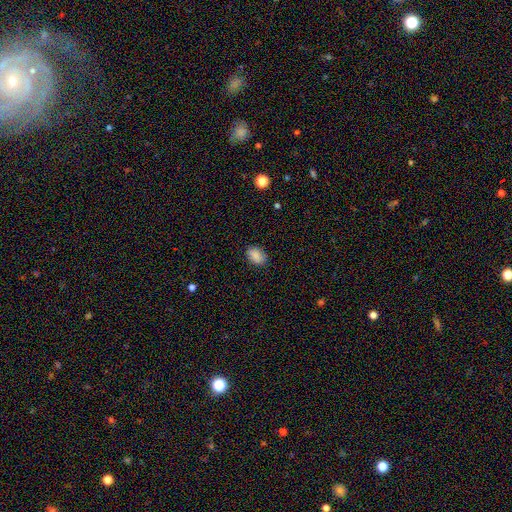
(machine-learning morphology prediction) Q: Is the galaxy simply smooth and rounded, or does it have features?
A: smooth — 87%.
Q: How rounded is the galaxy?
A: in between — 84%.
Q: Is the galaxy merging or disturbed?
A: none — 82%.